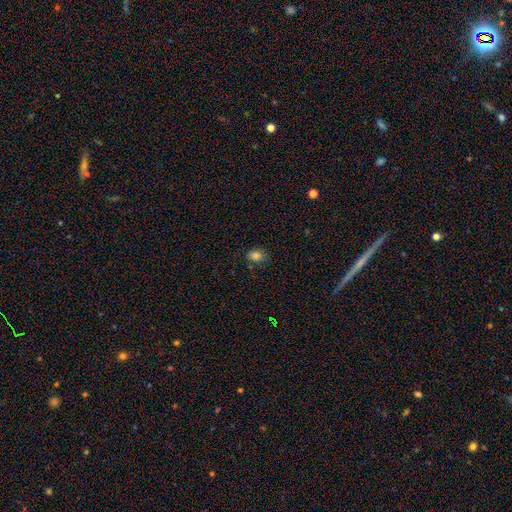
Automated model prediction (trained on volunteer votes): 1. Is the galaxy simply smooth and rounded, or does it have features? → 81% smooth, 13% star or artifact, 6% featured or disk.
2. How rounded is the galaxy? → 63% in between, 35% round, 1% cigar-shaped.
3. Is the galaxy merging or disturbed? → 76% none, 18% minor disturbance, 4% major disturbance, 2% merger.